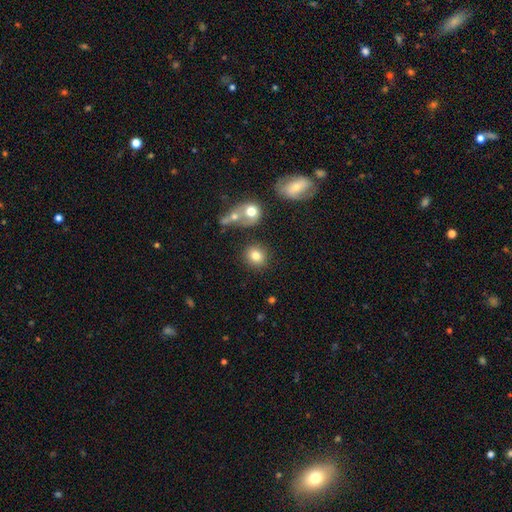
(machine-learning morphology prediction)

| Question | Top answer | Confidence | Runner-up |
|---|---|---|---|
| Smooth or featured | smooth | 81% | star or artifact (11%) |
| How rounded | round | 77% | in between (22%) |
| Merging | none | 80% | minor disturbance (9%) |